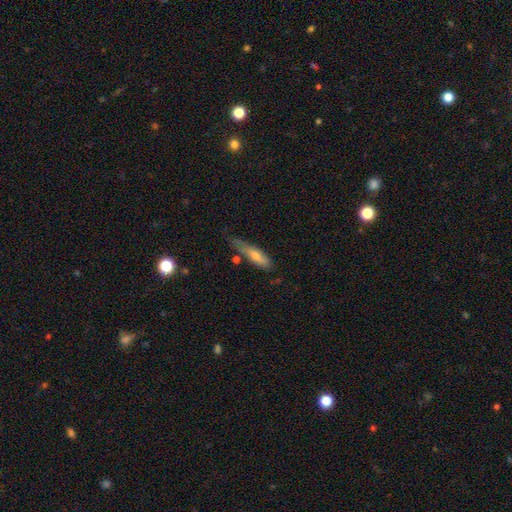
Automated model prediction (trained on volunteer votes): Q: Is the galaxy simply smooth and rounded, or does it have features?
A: smooth — 61%.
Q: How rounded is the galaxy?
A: cigar-shaped — 71%.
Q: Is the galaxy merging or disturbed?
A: none — 53%.